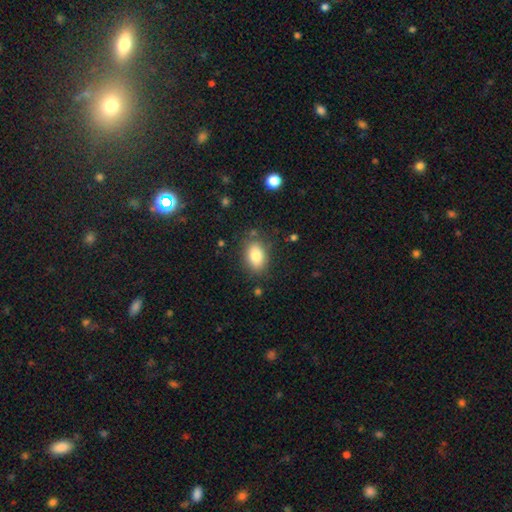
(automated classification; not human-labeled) Smooth or featured?
  - smooth: 83% *
  - featured or disk: 9%
  - star or artifact: 8%
How rounded?
  - in between: 86% *
  - round: 12%
  - cigar-shaped: 2%
Merging?
  - none: 81% *
  - minor disturbance: 13%
  - major disturbance: 4%
  - merger: 2%